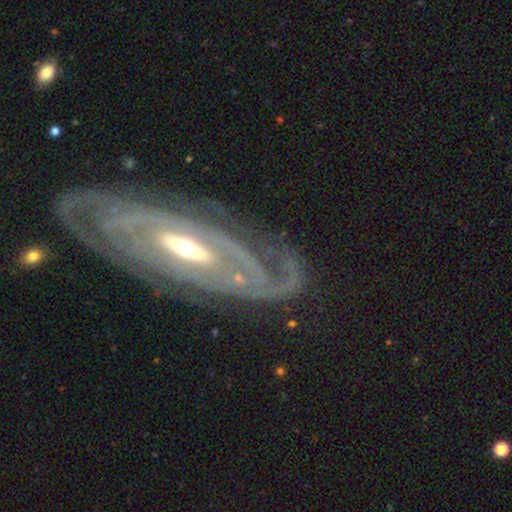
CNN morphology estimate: smooth_or_featured: featured or disk (p=0.87) [alt: smooth p=0.08]
disk_edge_on: no (p=0.87) [alt: yes p=0.13]
bar: no (p=0.37) [alt: weak p=0.32]
has_spiral_arms: yes (p=0.88) [alt: no p=0.12]
spiral_winding: tight (p=0.64) [alt: medium p=0.27]
spiral_arm_count: can't tell (p=0.35) [alt: 2 p=0.34]
bulge_size: moderate (p=0.59) [alt: small p=0.30]
merging: none (p=0.71) [alt: minor disturbance p=0.16]